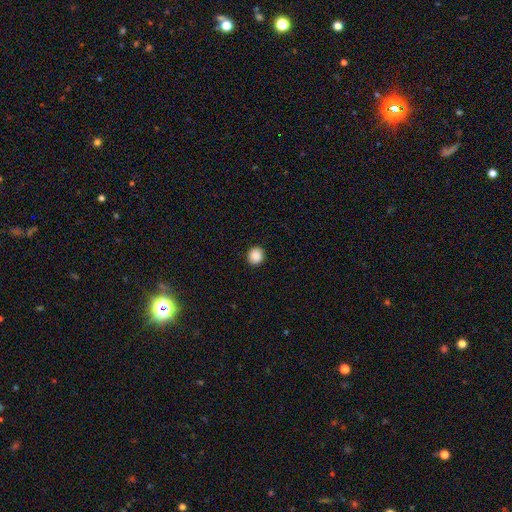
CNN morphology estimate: Q: Smooth or featured?
A: smooth (88%); runner-up: star or artifact (9%)
Q: How rounded?
A: round (87%); runner-up: in between (12%)
Q: Merging?
A: none (92%); runner-up: minor disturbance (5%)